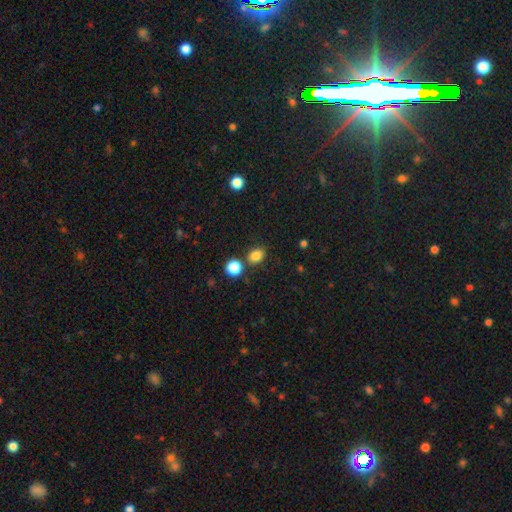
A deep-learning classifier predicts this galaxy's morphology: Smooth or featured? Predicted: smooth (p=0.82). How rounded? Predicted: in between (p=0.52). Merging? Predicted: none (p=0.76).